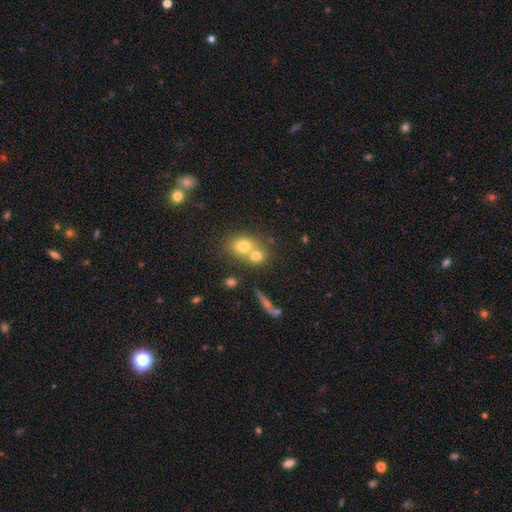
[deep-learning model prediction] smooth 70%, featured or disk 18%, star or artifact 12%. Down the decision tree: how rounded — round (64%); merging — merger (58%).